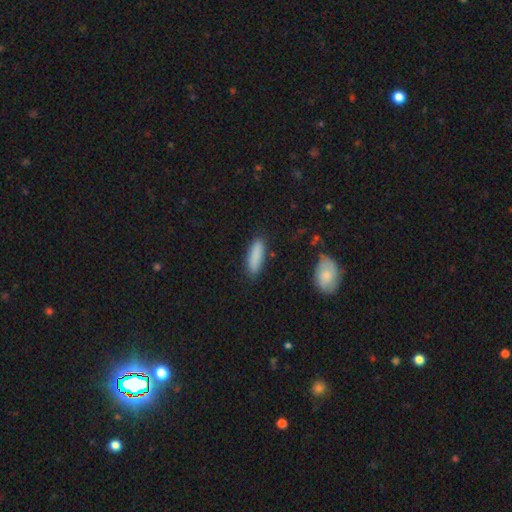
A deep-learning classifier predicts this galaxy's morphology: A smooth galaxy with no disk features (88%) that is cigar-shaped (51%). Merging: none (84%).